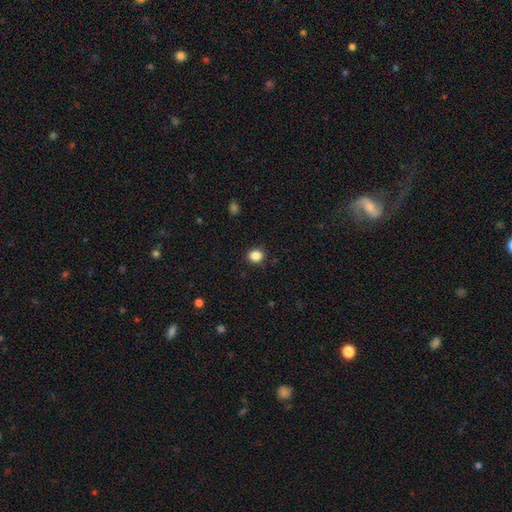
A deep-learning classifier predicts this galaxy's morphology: Overall: smooth (86%). How rounded: round (82%). Merging: none (91%).